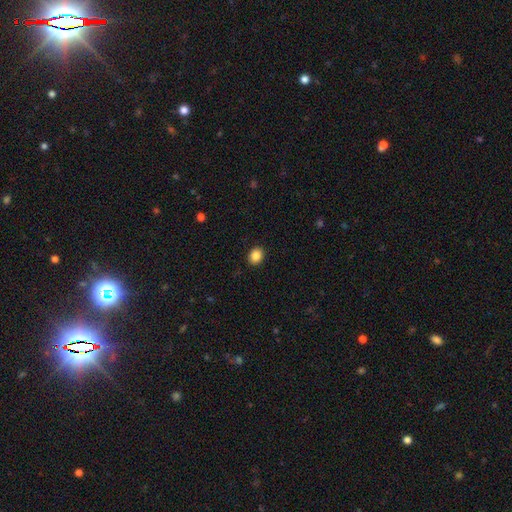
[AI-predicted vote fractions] smooth-or-featured: smooth: 87% | star or artifact: 9% | featured or disk: 4%
  how-rounded: in between: 52% | round: 47% | cigar-shaped: 1%
  merging: none: 91% | minor disturbance: 6% | major disturbance: 2% | merger: 1%